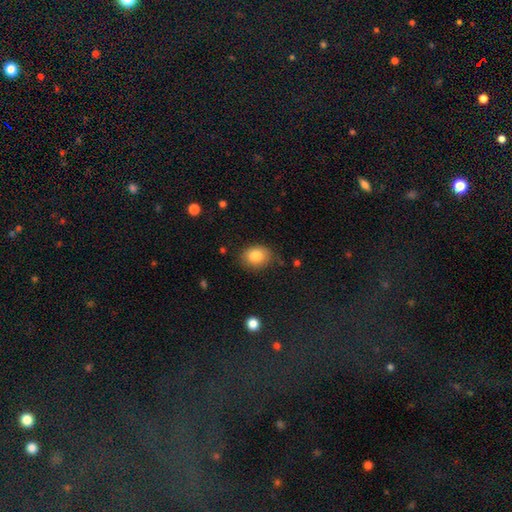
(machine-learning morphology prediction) A smooth galaxy with no disk features (84%) that is in between round and cigar-shaped (59%).

Vote fractions:
- Smooth or featured? smooth: 84% / star or artifact: 9% / featured or disk: 7%
- How rounded? in between: 59% / round: 40% / cigar-shaped: 1%
- Merging? none: 78% / minor disturbance: 17% / major disturbance: 4% / merger: 2%